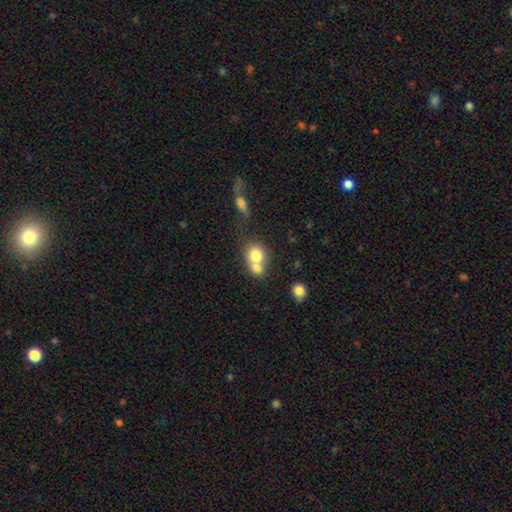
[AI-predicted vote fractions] Smooth or featured?
  - smooth: 74% *
  - featured or disk: 16%
  - star or artifact: 10%
How rounded?
  - round: 73% *
  - in between: 26%
  - cigar-shaped: 1%
Merging?
  - merger: 63% *
  - none: 28%
  - minor disturbance: 6%
  - major disturbance: 3%